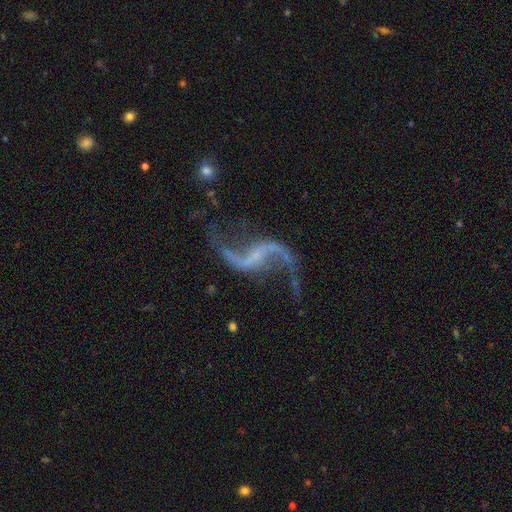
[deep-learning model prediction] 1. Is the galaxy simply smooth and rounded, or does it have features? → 92% featured or disk, 5% star or artifact, 3% smooth.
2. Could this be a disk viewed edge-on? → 97% no, 3% yes.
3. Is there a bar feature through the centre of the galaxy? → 40% weak, 34% no, 26% strong.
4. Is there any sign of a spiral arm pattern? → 96% yes, 4% no.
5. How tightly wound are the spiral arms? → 93% loose, 5% medium, 2% tight.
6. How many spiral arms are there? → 94% 2, 2% 1, 1% can't tell, 1% 3, 1% 4, 1% more than 4.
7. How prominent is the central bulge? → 46% small, 45% none, 7% moderate, 1% large, 1% dominant.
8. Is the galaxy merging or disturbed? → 69% none, 15% minor disturbance, 12% major disturbance, 4% merger.